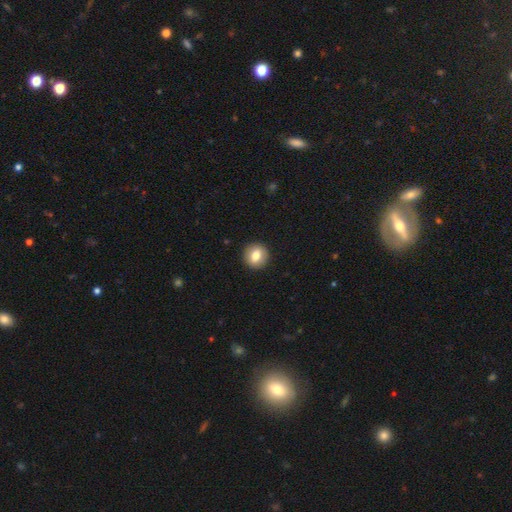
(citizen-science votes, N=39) This appears to be a smooth galaxy with no disk features (77%) that is round (80%). Merging: none (95%).